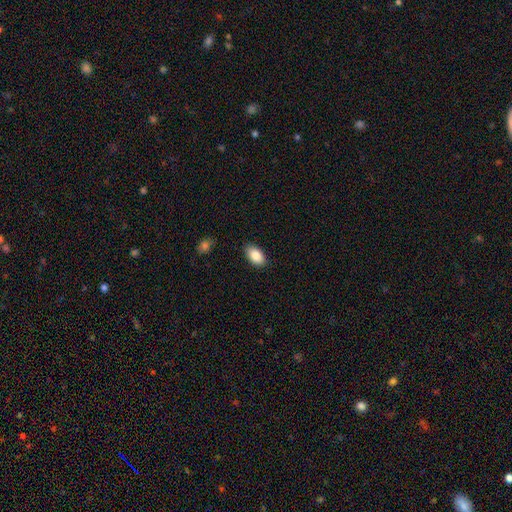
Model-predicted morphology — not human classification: Smooth or featured: smooth — 86% (featured or disk — 7%)
How rounded: in between — 93% (round — 4%)
Merging: none — 88% (minor disturbance — 9%)